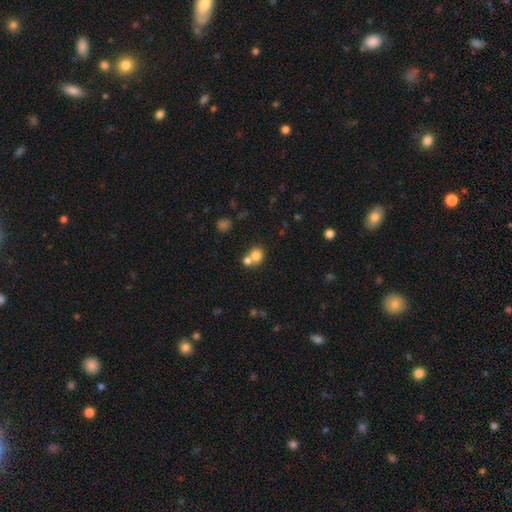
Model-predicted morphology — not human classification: A smooth galaxy with no disk features (77%) that is round (76%). Merging: merger (50%).